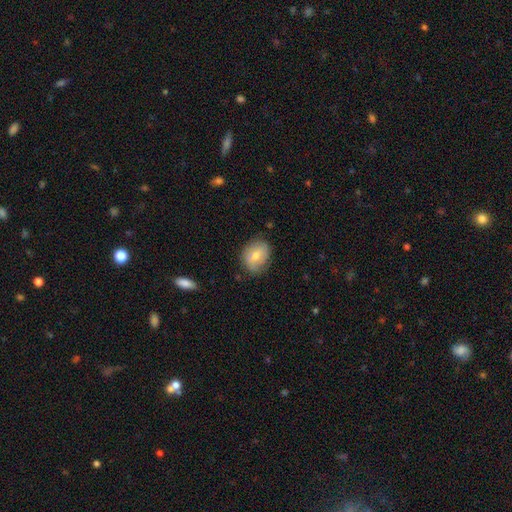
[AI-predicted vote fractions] Q: Smooth or featured?
A: smooth (73%); runner-up: featured or disk (19%)
Q: How rounded?
A: in between (52%); runner-up: round (47%)
Q: Merging?
A: none (76%); runner-up: minor disturbance (19%)